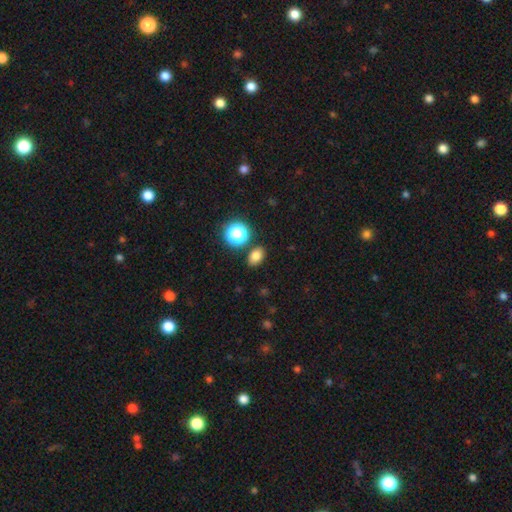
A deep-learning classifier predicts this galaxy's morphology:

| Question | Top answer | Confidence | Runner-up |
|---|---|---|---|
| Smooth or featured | smooth | 77% | star or artifact (16%) |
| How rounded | in between | 72% | round (27%) |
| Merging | none | 81% | minor disturbance (10%) |